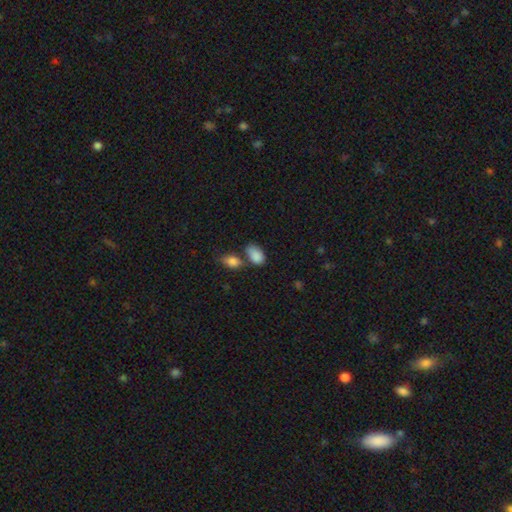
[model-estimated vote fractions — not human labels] smooth-or-featured: smooth: 87% | star or artifact: 8% | featured or disk: 6%
  how-rounded: in between: 90% | round: 9% | cigar-shaped: 2%
  merging: none: 45% | merger: 30% | minor disturbance: 19% | major disturbance: 6%